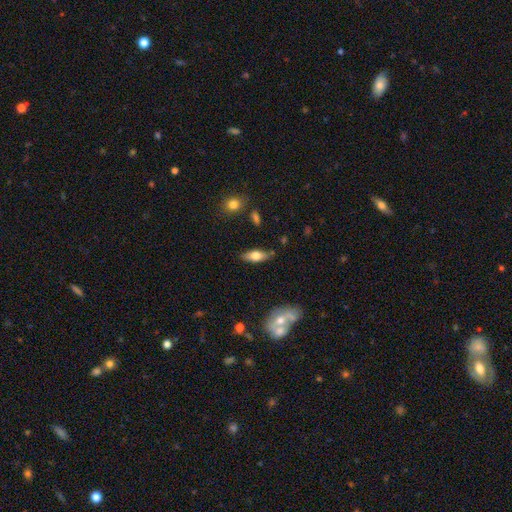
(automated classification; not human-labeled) Smooth or featured: smooth — 69% (featured or disk — 24%)
How rounded: in between — 78% (cigar-shaped — 20%)
Merging: none — 78% (minor disturbance — 15%)